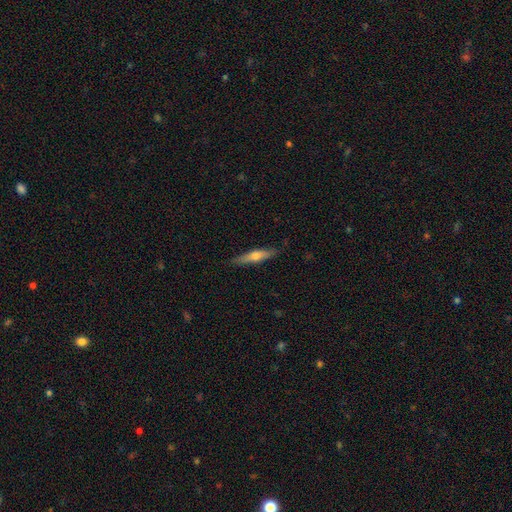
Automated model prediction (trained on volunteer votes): This is possibly a smooth galaxy (50%). How rounded: clearly cigar-shaped (84%). Merging: clearly none (86%).